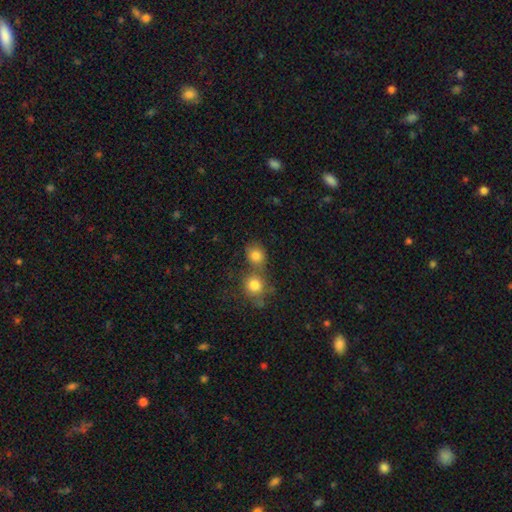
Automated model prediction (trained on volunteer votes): Smooth or featured? Predicted: smooth (p=0.80). How rounded? Predicted: round (p=0.74). Merging? Predicted: none (p=0.45).